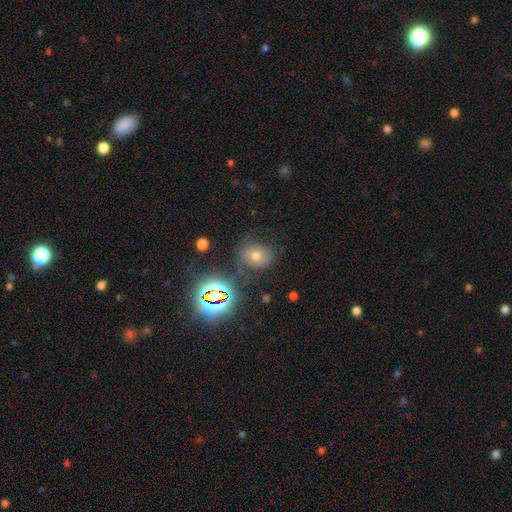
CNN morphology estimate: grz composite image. It shows a smooth galaxy with no disk features (57%) that is round (65%). Merging: none (74%).